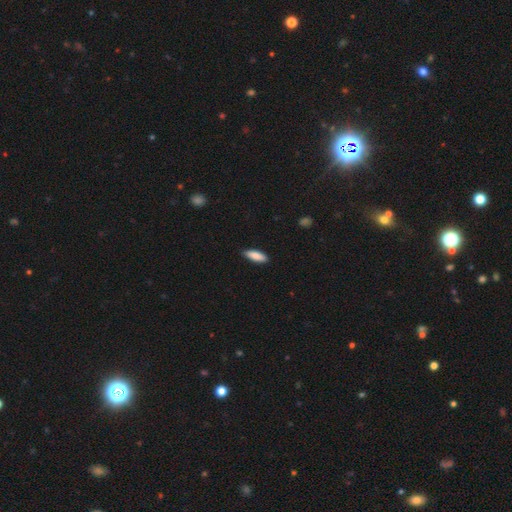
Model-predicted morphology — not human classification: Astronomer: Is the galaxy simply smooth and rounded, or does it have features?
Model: smooth — 87%.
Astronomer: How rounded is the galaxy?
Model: in between — 63%.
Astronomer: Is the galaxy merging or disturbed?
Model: none — 85%.